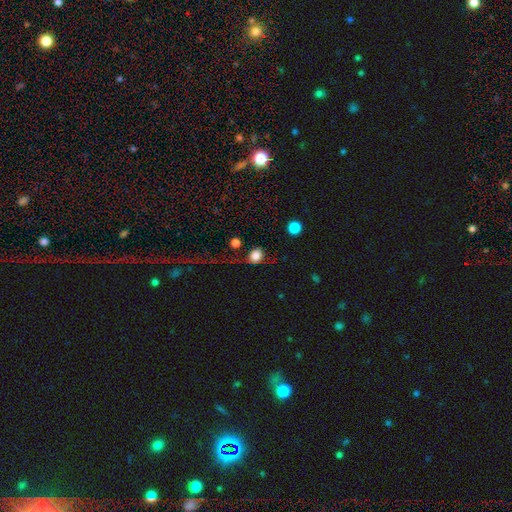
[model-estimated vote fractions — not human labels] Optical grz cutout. It shows a smooth galaxy with no disk features (81%) that is round (71%). Merging: none (59%).